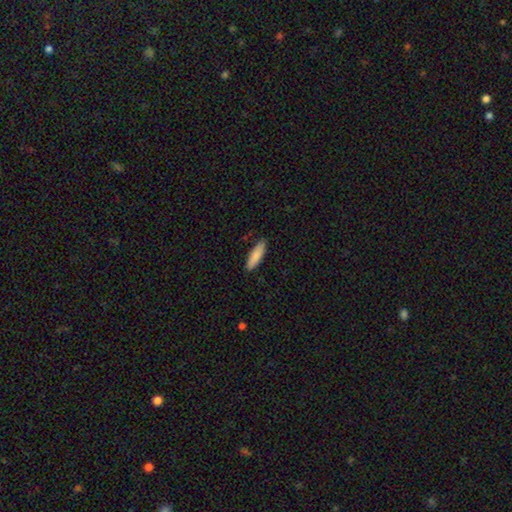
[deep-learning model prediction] A smooth galaxy with no disk features (87%) that is cigar-shaped (66%). Merging: none (89%).